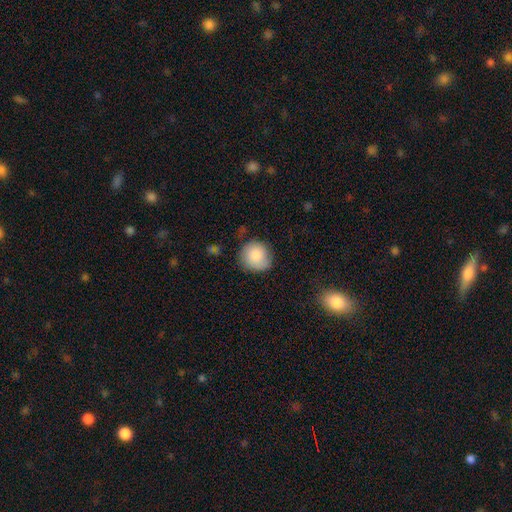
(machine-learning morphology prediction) Overall: smooth (85%). How rounded: round (89%). Merging: none (76%).